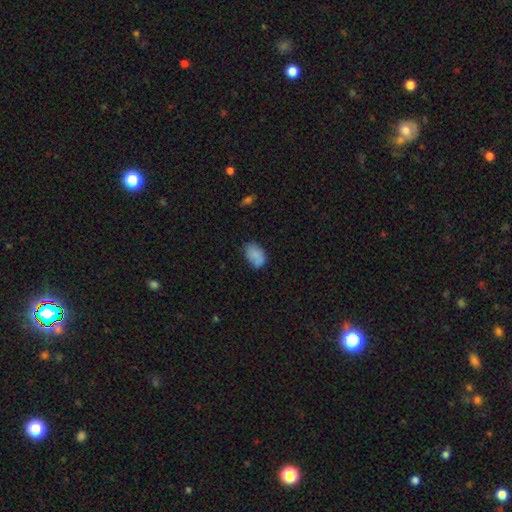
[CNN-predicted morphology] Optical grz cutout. It shows a smooth galaxy with no disk features (83%) that is in between round and cigar-shaped (87%). Merging: none (66%).